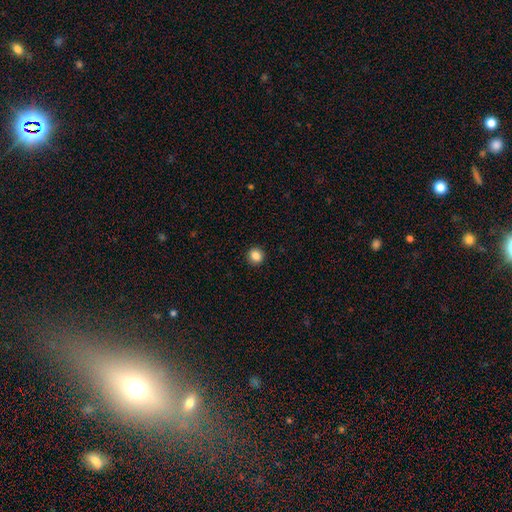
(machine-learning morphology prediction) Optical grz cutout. It shows a smooth galaxy with no disk features (85%) that is round (89%). Merging: none (93%).